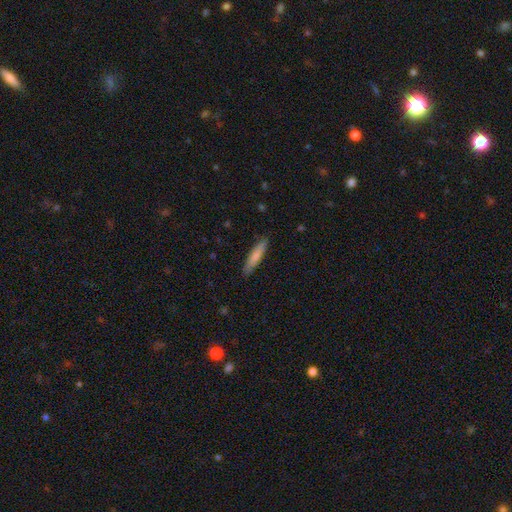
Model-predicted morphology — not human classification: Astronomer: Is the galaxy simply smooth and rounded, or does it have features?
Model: smooth — 77%.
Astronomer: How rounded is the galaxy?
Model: cigar-shaped — 88%.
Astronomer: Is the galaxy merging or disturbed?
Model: none — 89%.